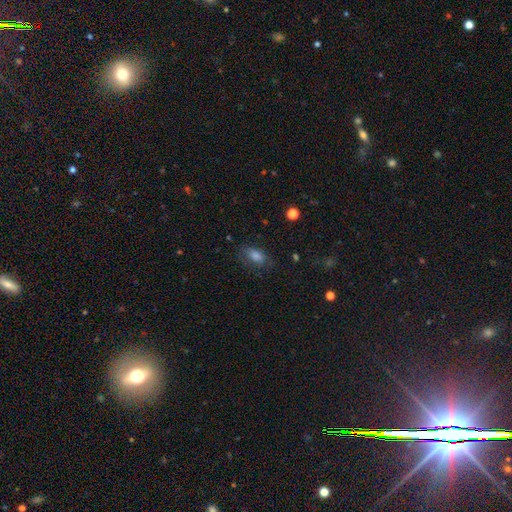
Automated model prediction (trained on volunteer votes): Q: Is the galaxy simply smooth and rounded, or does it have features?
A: smooth — 66%.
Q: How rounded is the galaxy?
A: in between — 85%.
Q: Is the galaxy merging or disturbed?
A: none — 72%.